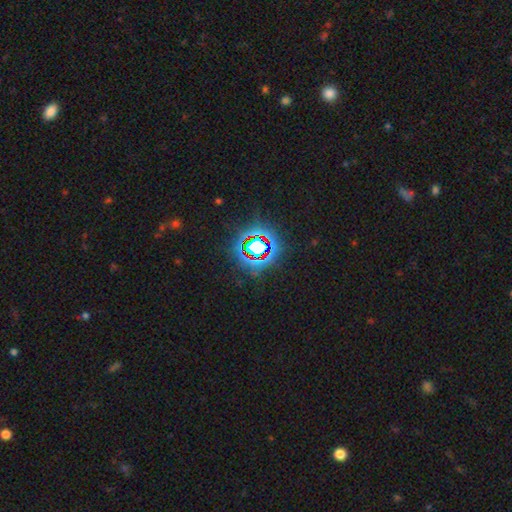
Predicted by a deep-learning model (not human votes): A star or artifact, not a galaxy (80%).